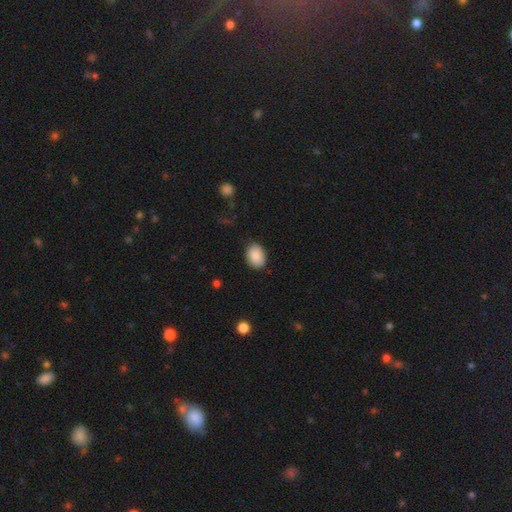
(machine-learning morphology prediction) Overall: smooth (88%). How rounded: in between (76%). Merging: none (81%).